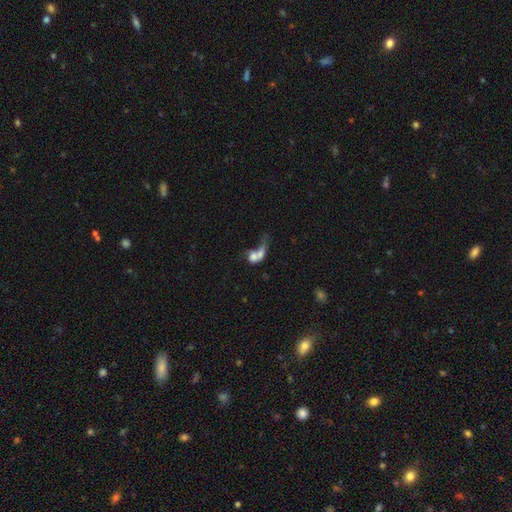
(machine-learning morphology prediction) Q: Smooth or featured?
A: smooth (57%); runner-up: featured or disk (31%)
Q: How rounded?
A: in between (53%); runner-up: round (39%)
Q: Merging?
A: merger (61%); runner-up: major disturbance (20%)